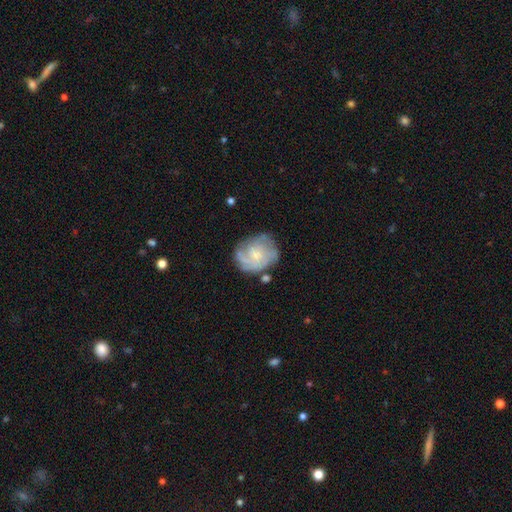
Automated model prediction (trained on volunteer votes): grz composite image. It shows a featured or disk galaxy (66%) with no bar (74%), tight (50%) spiral arms (81%) and a small central bulge (63%). Merging: none (64%).